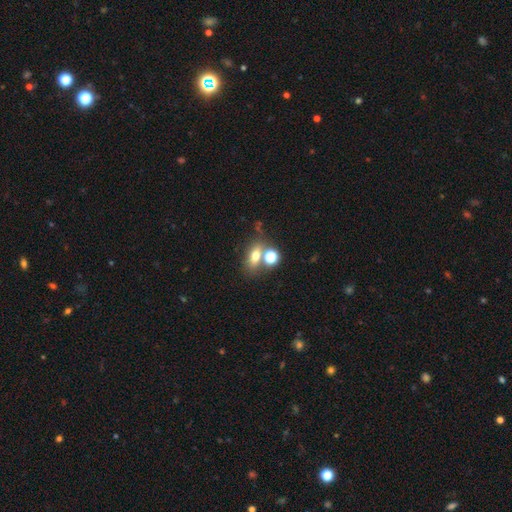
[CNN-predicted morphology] A smooth galaxy with no disk features (67%) that is in between round and cigar-shaped (69%). Merging: none (53%).